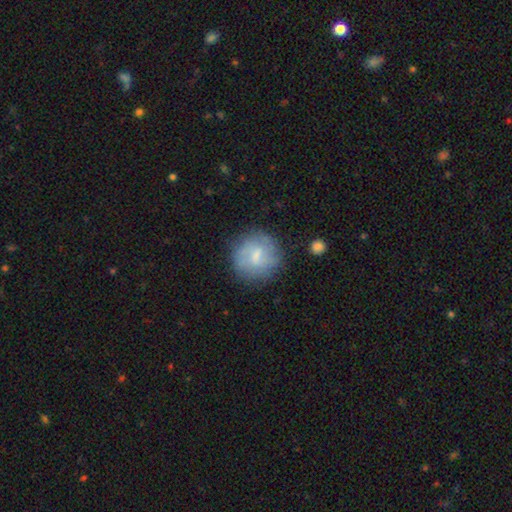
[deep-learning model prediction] The model was most divided on "smooth or featured": smooth: 54%, featured or disk: 38%, star or artifact: 7%. More confident: how rounded — round (89%); merging — none (74%).